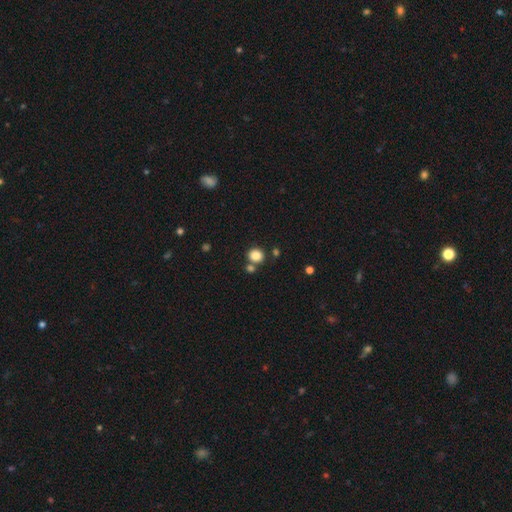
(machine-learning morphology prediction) Smooth or featured? smooth (84%)
How rounded? round (82%)
Merging? none (71%)